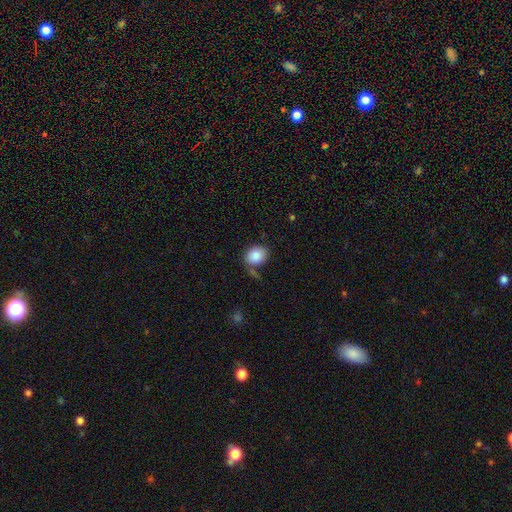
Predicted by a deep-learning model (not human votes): Smooth or featured: smooth — 86% (star or artifact — 8%)
How rounded: in between — 50% (round — 49%)
Merging: none — 63% (minor disturbance — 19%)